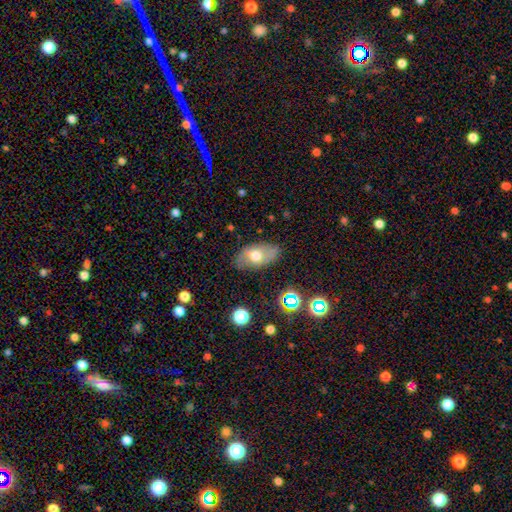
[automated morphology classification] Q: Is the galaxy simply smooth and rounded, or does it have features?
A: smooth — 58%.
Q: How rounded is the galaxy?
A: in between — 92%.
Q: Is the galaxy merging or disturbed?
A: none — 79%.